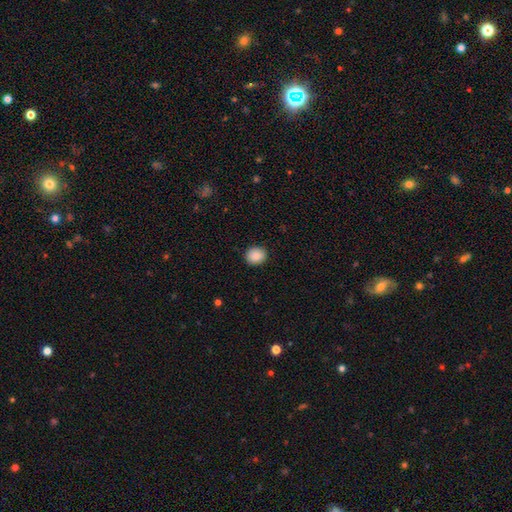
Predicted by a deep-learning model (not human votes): Smooth or featured? Predicted: smooth (p=0.89). How rounded? Predicted: round (p=0.68). Merging? Predicted: none (p=0.90).